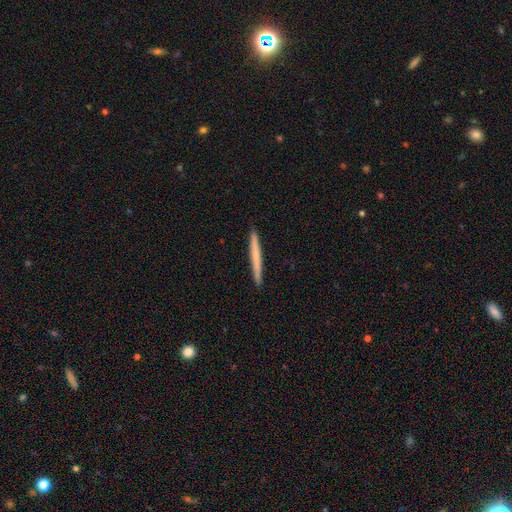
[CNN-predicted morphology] Q: Smooth or featured?
A: smooth (62%); runner-up: featured or disk (32%)
Q: How rounded?
A: cigar-shaped (97%); runner-up: in between (2%)
Q: Merging?
A: none (93%); runner-up: minor disturbance (5%)